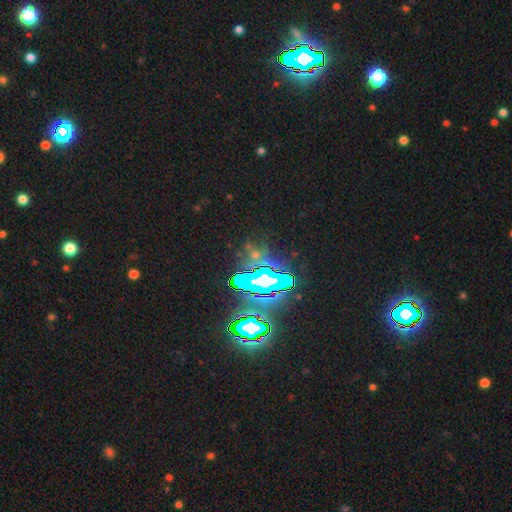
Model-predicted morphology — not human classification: Smooth or featured? star or artifact (75%)